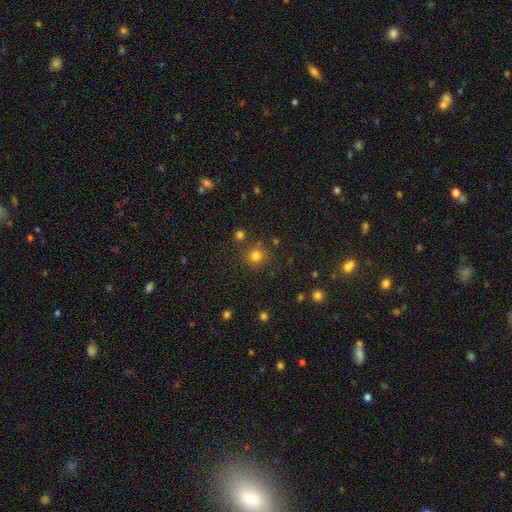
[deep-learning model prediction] Smooth or featured?
  - smooth: 78% *
  - star or artifact: 16%
  - featured or disk: 6%
How rounded?
  - round: 90% *
  - in between: 9%
  - cigar-shaped: 1%
Merging?
  - none: 81% *
  - minor disturbance: 9%
  - merger: 7%
  - major disturbance: 3%